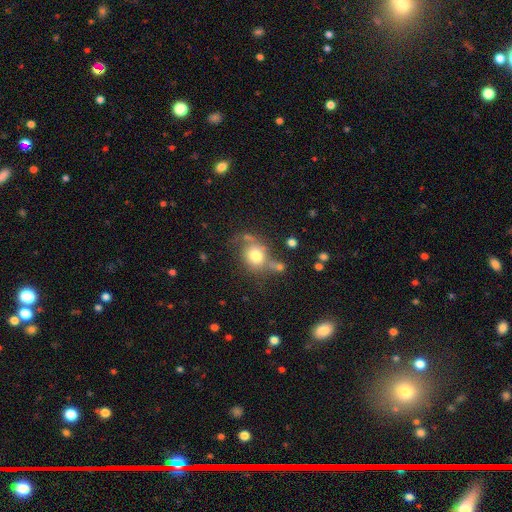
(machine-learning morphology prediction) The model was most divided on "merging": none: 49%, minor disturbance: 21%, merger: 15%, major disturbance: 14%. More confident: smooth or featured — smooth (72%); how rounded — round (69%).